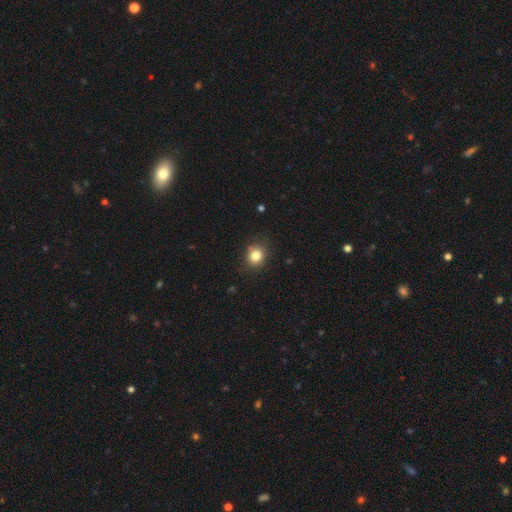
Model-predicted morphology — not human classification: A smooth galaxy with no disk features (82%) that is round (75%). Merging: none (84%).